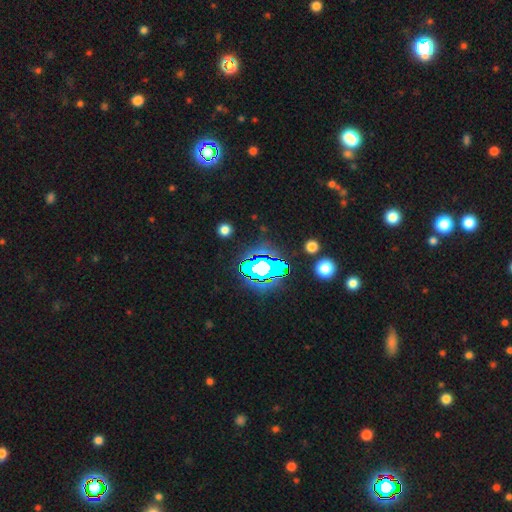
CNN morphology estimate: Smooth or featured? star or artifact (81%)